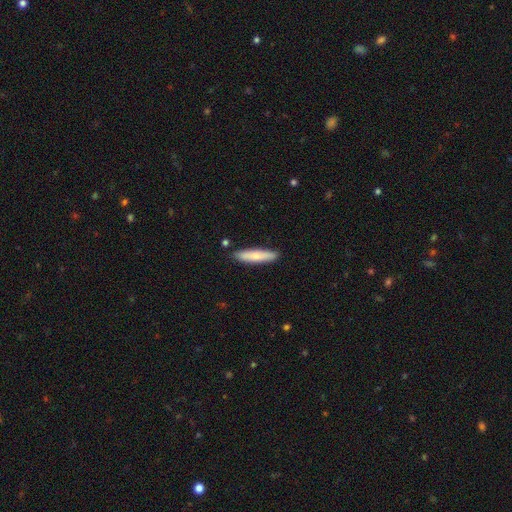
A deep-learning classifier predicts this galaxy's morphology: Smooth or featured? Predicted: smooth (p=0.74). How rounded? Predicted: cigar-shaped (p=0.84). Merging? Predicted: none (p=0.87).